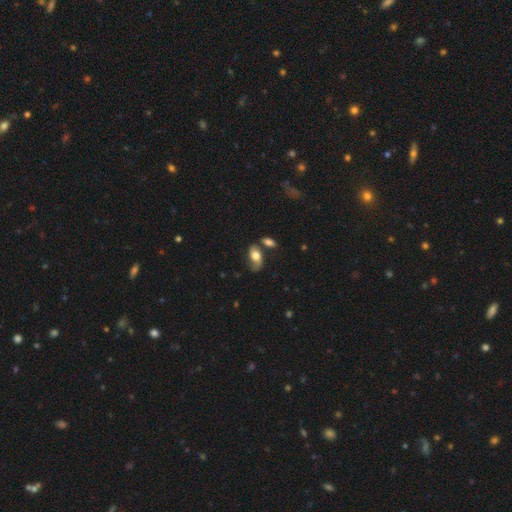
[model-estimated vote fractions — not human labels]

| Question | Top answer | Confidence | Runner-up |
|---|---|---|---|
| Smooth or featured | smooth | 57% | featured or disk (35%) |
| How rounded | in between | 88% | round (8%) |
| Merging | none | 44% | minor disturbance (25%) |